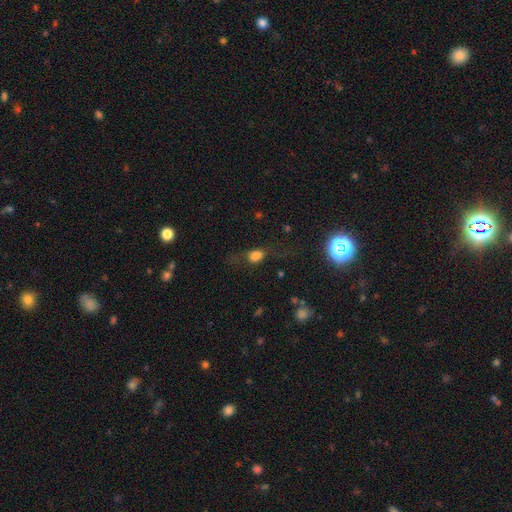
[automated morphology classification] The model was most divided on "merging": none: 49%, major disturbance: 26%, minor disturbance: 22%, merger: 4%. More confident: how rounded — in between (70%); smooth or featured — smooth (70%).